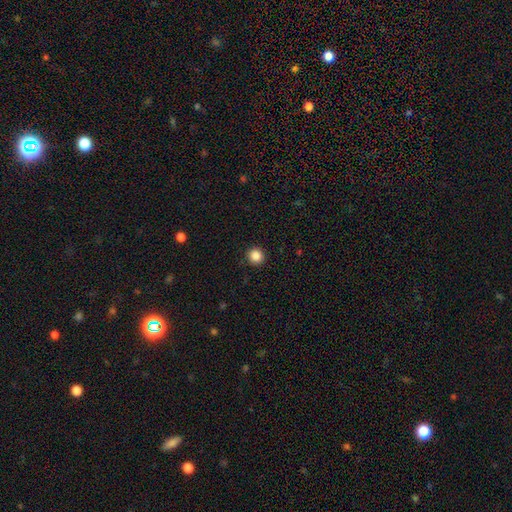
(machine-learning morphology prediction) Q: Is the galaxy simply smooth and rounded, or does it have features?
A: smooth — 87%.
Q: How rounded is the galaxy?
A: round — 93%.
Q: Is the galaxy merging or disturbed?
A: none — 92%.